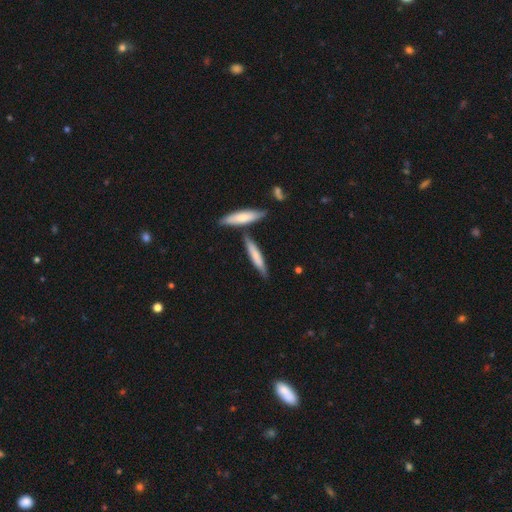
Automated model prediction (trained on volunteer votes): Q: Smooth or featured?
A: smooth (67%); runner-up: featured or disk (28%)
Q: How rounded?
A: cigar-shaped (88%); runner-up: in between (10%)
Q: Merging?
A: none (71%); runner-up: merger (14%)